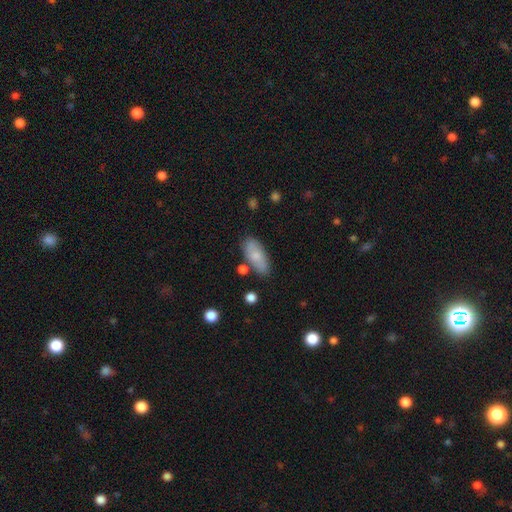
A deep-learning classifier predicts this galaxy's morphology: smooth_or_featured: smooth (p=0.75) [alt: featured or disk p=0.18]
how_rounded: in between (p=0.84) [alt: cigar-shaped p=0.13]
merging: none (p=0.76) [alt: minor disturbance p=0.15]